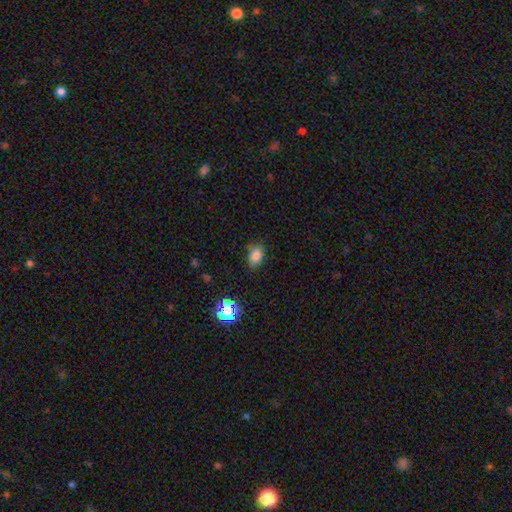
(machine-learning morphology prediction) smooth 81%, star or artifact 14%, featured or disk 6%. Down the decision tree: how rounded — in between (77%); merging — none (75%).